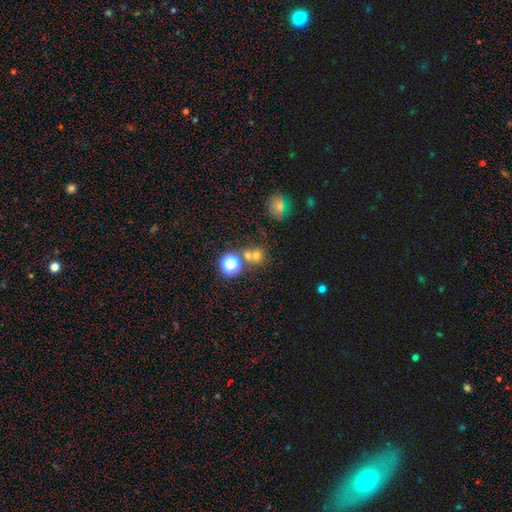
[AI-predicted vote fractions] Smooth or featured: smooth — 63% (star or artifact — 27%)
How rounded: round — 85% (in between — 14%)
Merging: none — 53% (merger — 36%)